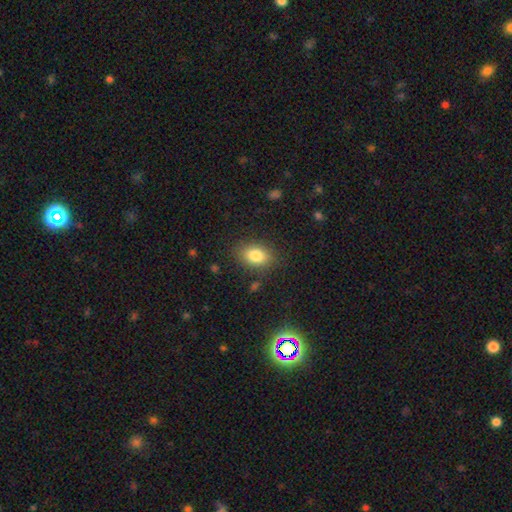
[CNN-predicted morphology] smooth-or-featured: smooth: 82% | star or artifact: 10% | featured or disk: 8%
  how-rounded: in between: 76% | round: 22% | cigar-shaped: 1%
  merging: none: 83% | minor disturbance: 11% | major disturbance: 4% | merger: 2%